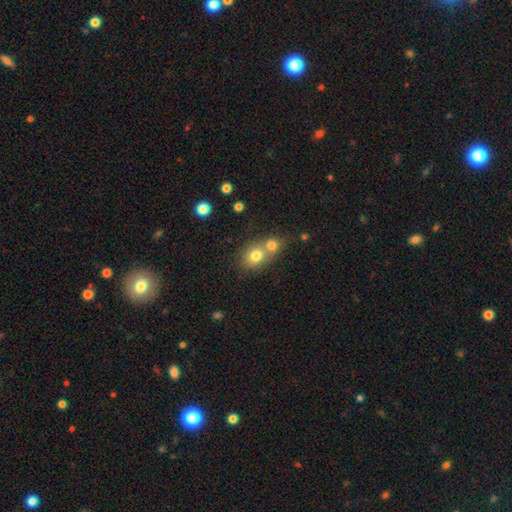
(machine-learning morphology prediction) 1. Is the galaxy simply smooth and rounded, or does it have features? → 75% smooth, 14% featured or disk, 11% star or artifact.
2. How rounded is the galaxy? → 61% round, 38% in between, 1% cigar-shaped.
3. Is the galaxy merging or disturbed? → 58% merger, 32% none, 7% minor disturbance, 3% major disturbance.